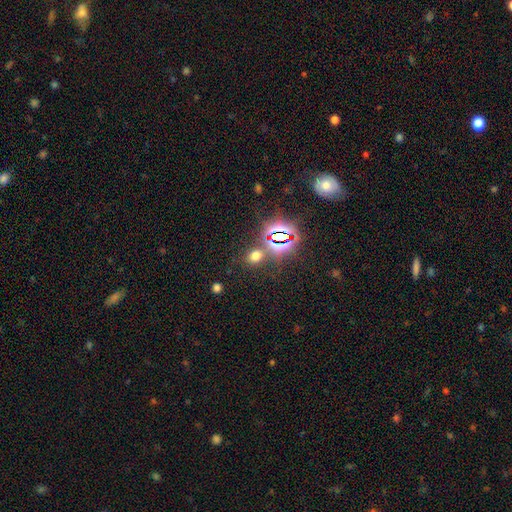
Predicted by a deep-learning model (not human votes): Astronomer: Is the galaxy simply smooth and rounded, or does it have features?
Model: smooth — 55% (runner-up: star or artifact, 38%).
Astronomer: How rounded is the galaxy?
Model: round — 62%.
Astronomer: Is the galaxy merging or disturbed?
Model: none — 78%.